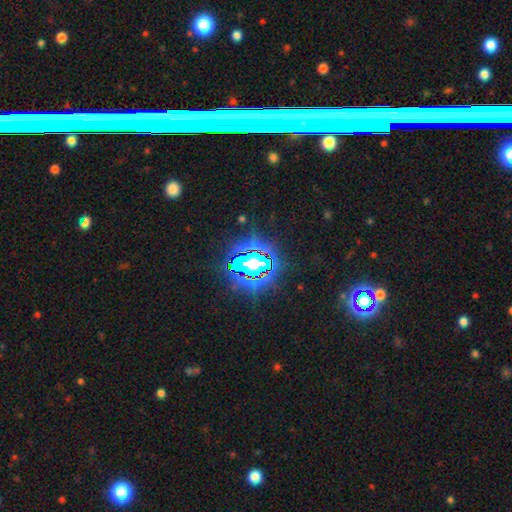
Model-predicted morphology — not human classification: star or artifact 76%, smooth 13%, featured or disk 11%.